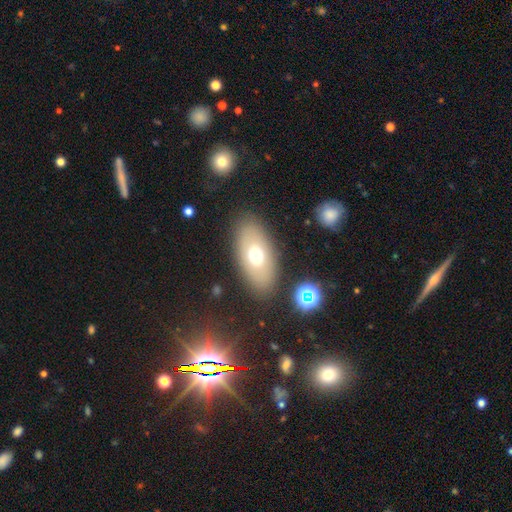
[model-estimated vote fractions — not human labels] smooth 63%, featured or disk 26%, star or artifact 11%. Down the decision tree: how rounded — in between (88%); merging — none (84%).